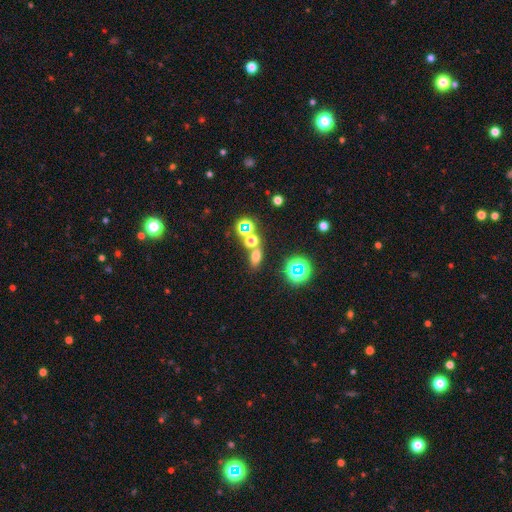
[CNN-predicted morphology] Q: Smooth or featured?
A: smooth (59%); runner-up: star or artifact (31%)
Q: How rounded?
A: in between (68%); runner-up: round (26%)
Q: Merging?
A: none (65%); runner-up: merger (21%)